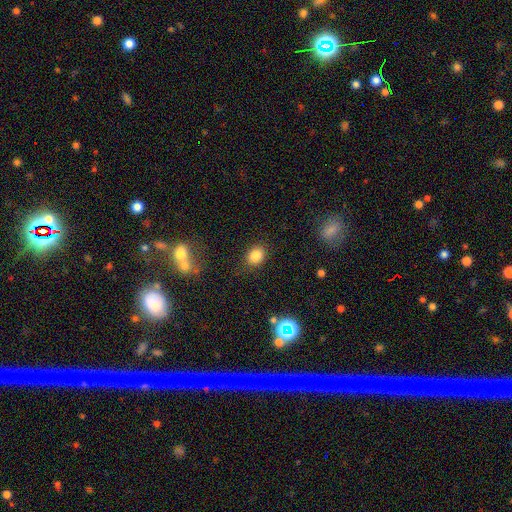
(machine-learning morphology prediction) This appears to be a smooth galaxy with no disk features (83%) that is round (50%). Merging: none (83%).